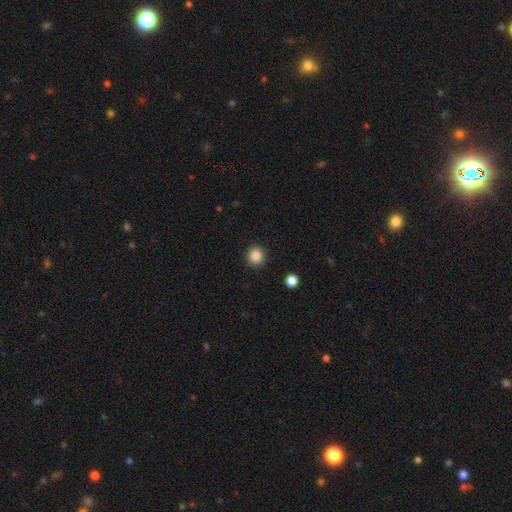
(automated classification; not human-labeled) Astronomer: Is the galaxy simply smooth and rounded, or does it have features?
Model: smooth — 87%.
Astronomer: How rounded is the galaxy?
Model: round — 90%.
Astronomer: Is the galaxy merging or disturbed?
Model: none — 90%.